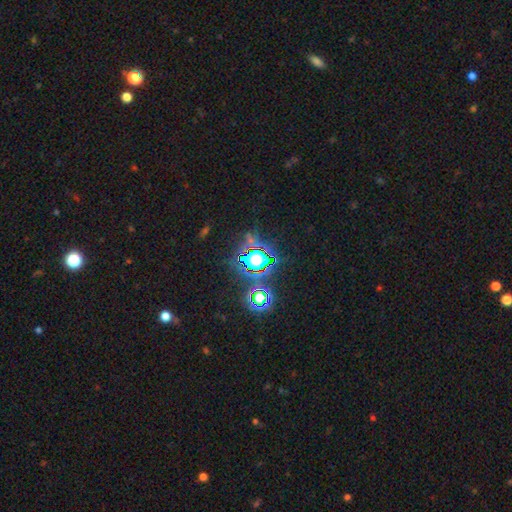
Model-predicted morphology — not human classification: type=star or artifact (80%).